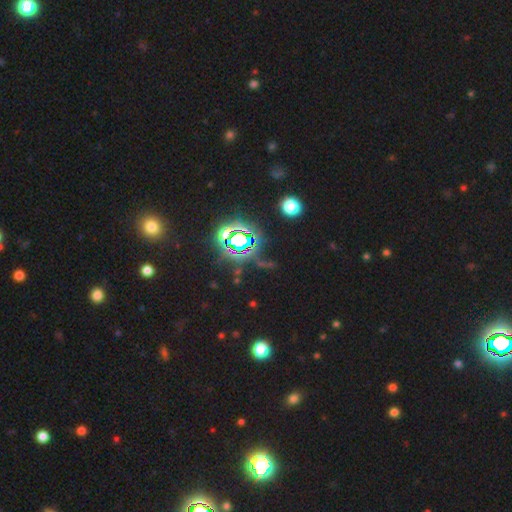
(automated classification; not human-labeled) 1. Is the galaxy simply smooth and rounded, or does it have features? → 83% star or artifact, 10% smooth, 7% featured or disk.